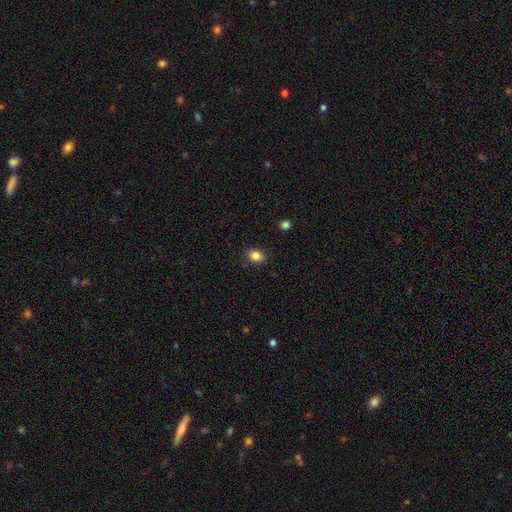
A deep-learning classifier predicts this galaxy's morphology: This appears to be a smooth galaxy with no disk features (85%) that is in between round and cigar-shaped (62%). Merging: none (86%).